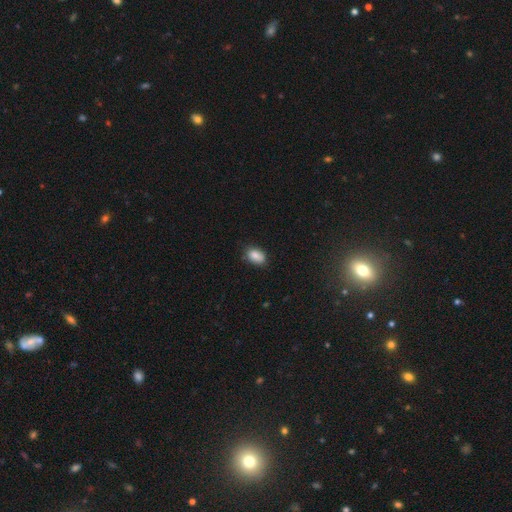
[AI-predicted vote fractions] smooth 87%, star or artifact 8%, featured or disk 5%. Down the decision tree: how rounded — in between (87%); merging — none (78%).